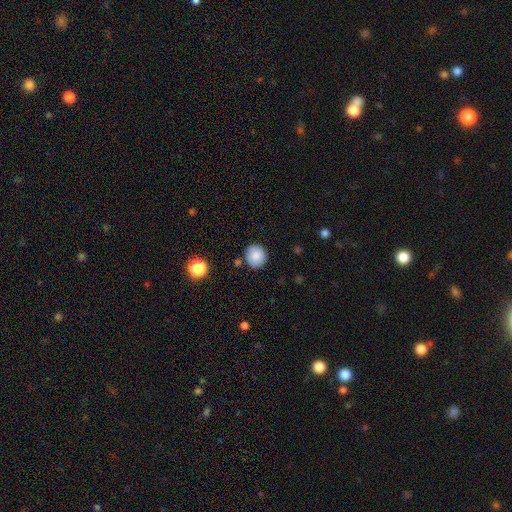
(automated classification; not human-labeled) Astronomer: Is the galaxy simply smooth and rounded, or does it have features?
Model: smooth — 85%.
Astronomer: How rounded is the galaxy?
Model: round — 89%.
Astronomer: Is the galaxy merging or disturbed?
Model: none — 85%.